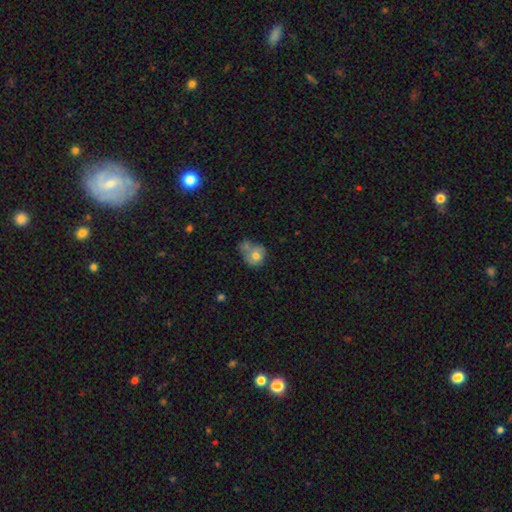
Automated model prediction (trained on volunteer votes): The model was most divided on "merging": merger: 43%, none: 28%, minor disturbance: 19%, major disturbance: 11%. More confident: how rounded — round (68%); smooth or featured — smooth (68%).